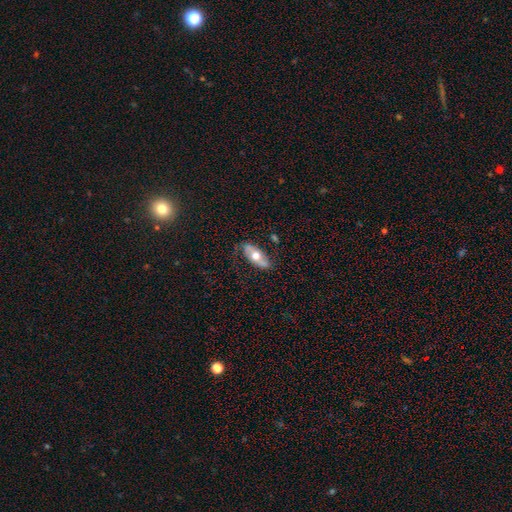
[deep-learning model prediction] This is possibly a smooth galaxy (47%, tied with featured or disk). Merging: likely none (76%).